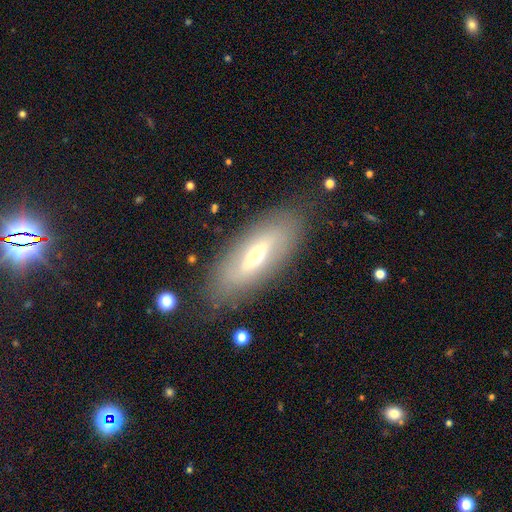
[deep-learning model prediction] Overall: featured or disk (55%; smooth 36%). Edge-on disk: no (66%; yes 34%). Merging: none (83%).